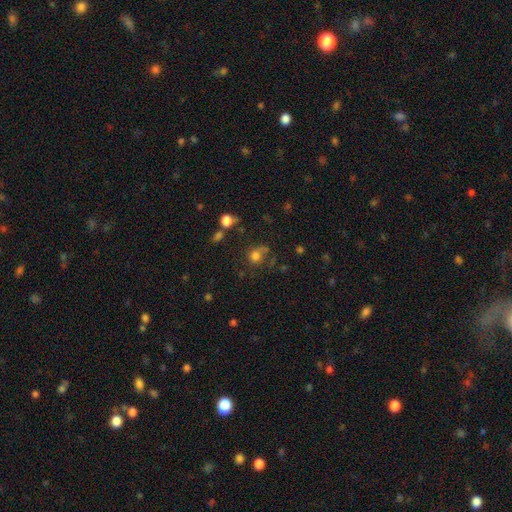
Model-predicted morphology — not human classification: Q: Smooth or featured?
A: smooth (74%); runner-up: star or artifact (15%)
Q: How rounded?
A: round (78%); runner-up: in between (21%)
Q: Merging?
A: none (52%); runner-up: minor disturbance (19%)